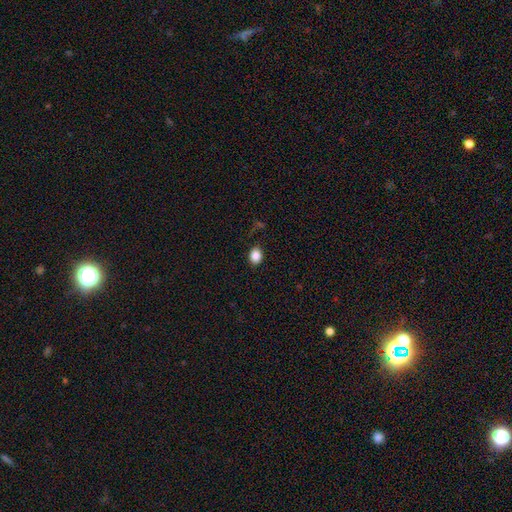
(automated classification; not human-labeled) Q: Smooth or featured?
A: smooth (86%); runner-up: star or artifact (10%)
Q: How rounded?
A: in between (52%); runner-up: round (47%)
Q: Merging?
A: none (83%); runner-up: minor disturbance (12%)